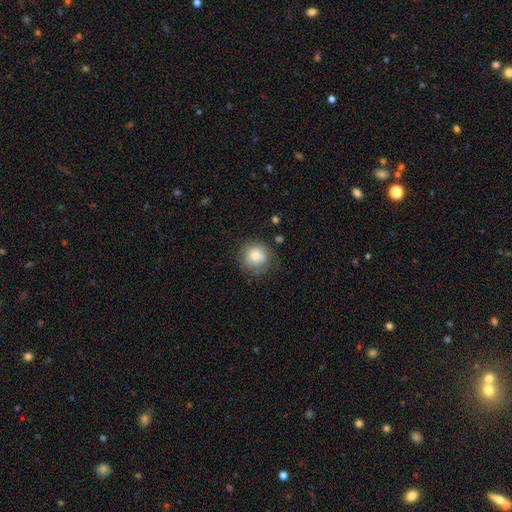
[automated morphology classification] smooth 76%, featured or disk 15%, star or artifact 9%. Down the decision tree: how rounded — round (91%); merging — none (70%).